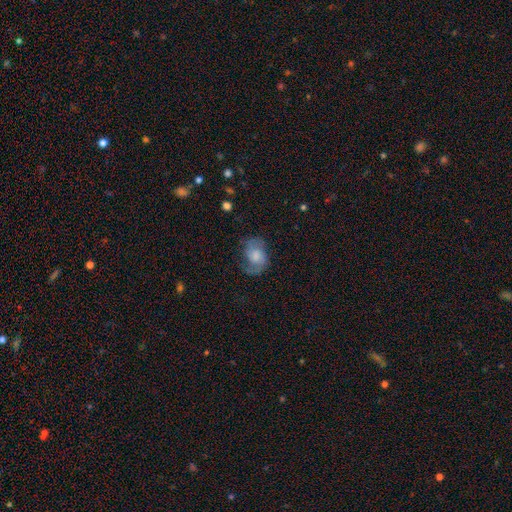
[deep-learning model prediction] smooth-or-featured: featured or disk: 62% | smooth: 30% | star or artifact: 8%
  disk-edge-on: no: 97% | yes: 3%
    bar: no: 60% | weak: 35% | strong: 6%
    has-spiral-arms: yes: 89% | no: 11%
      spiral-winding: medium: 46% | loose: 36% | tight: 18%
      spiral-arm-count: 2: 74% | 1: 15% | can't tell: 7% | 3: 1% | 4: 1% | more than 4: 1%
    bulge-size: moderate: 33% | small: 23% | none: 20% | large: 20% | dominant: 3%
  merging: none: 57% | minor disturbance: 23% | major disturbance: 18% | merger: 2%